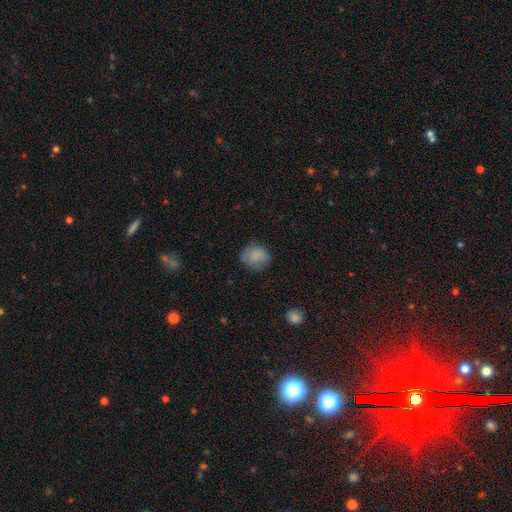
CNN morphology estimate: smooth-or-featured: smooth: 82% | star or artifact: 9% | featured or disk: 9%
  how-rounded: round: 78% | in between: 21% | cigar-shaped: 1%
  merging: none: 74% | minor disturbance: 19% | major disturbance: 5% | merger: 1%